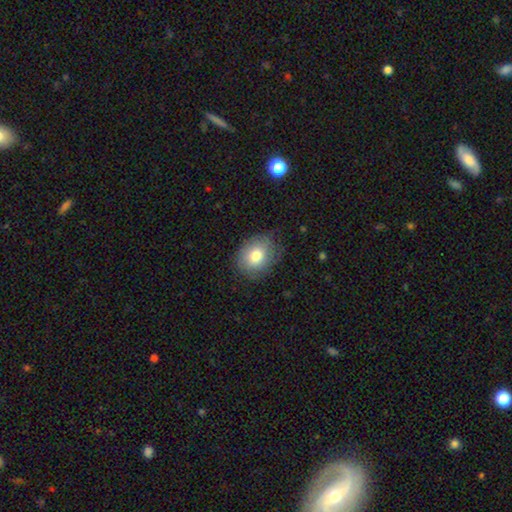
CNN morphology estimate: Smooth or featured? Predicted: smooth (p=0.75). How rounded? Predicted: in between (p=0.50). Merging? Predicted: none (p=0.72).